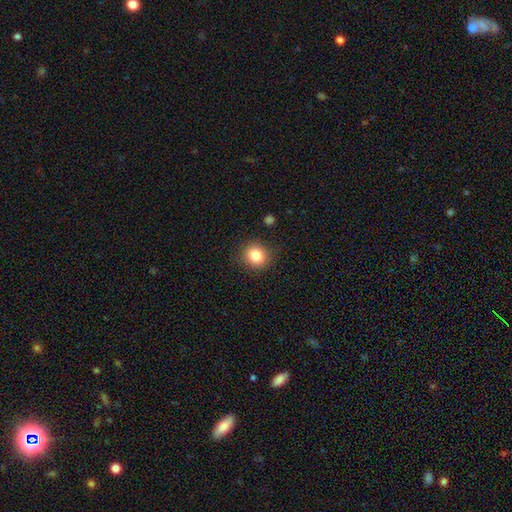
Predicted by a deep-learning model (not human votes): Q: Smooth or featured?
A: smooth (84%); runner-up: star or artifact (10%)
Q: How rounded?
A: round (84%); runner-up: in between (15%)
Q: Merging?
A: none (87%); runner-up: minor disturbance (8%)